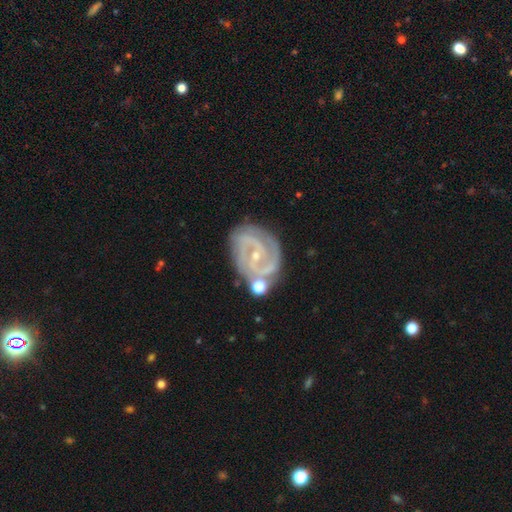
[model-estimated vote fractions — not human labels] smooth-or-featured: featured or disk: 90% | star or artifact: 6% | smooth: 4%
  disk-edge-on: no: 97% | yes: 3%
    bar: no: 41% | weak: 40% | strong: 20%
    has-spiral-arms: yes: 98% | no: 2%
      spiral-winding: tight: 55% | medium: 39% | loose: 7%
      spiral-arm-count: 2: 67% | 3: 17% | can't tell: 7% | 4: 4% | 1: 3% | more than 4: 3%
    bulge-size: small: 79% | moderate: 17% | none: 2% | large: 1% | dominant: 1%
  merging: none: 67% | minor disturbance: 18% | merger: 10% | major disturbance: 6%